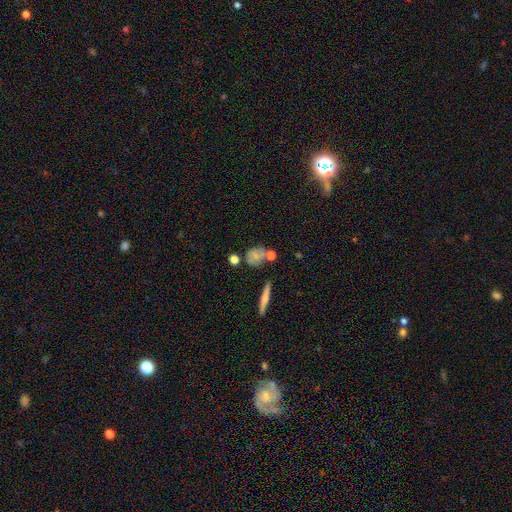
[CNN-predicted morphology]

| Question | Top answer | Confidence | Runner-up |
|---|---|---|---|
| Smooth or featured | smooth | 62% | featured or disk (26%) |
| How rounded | round | 51% | in between (43%) |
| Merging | none | 56% | merger (19%) |